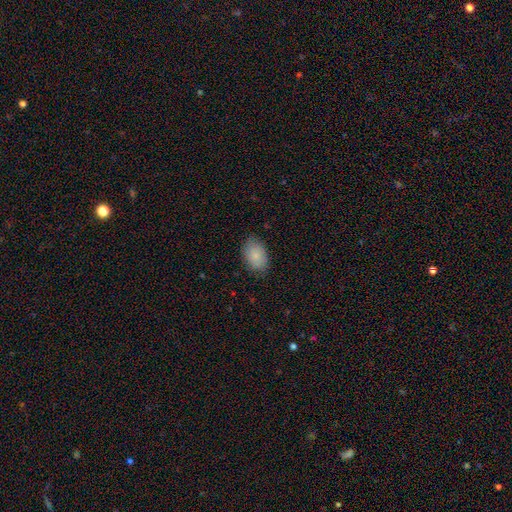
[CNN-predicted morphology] Q: Smooth or featured?
A: smooth (83%); runner-up: featured or disk (10%)
Q: How rounded?
A: in between (88%); runner-up: round (11%)
Q: Merging?
A: none (80%); runner-up: minor disturbance (16%)